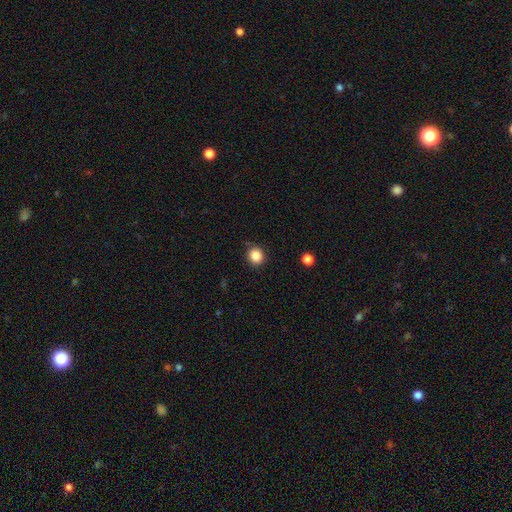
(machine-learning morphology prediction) smooth 86%, star or artifact 10%, featured or disk 3%. Down the decision tree: how rounded — round (83%); merging — none (83%).